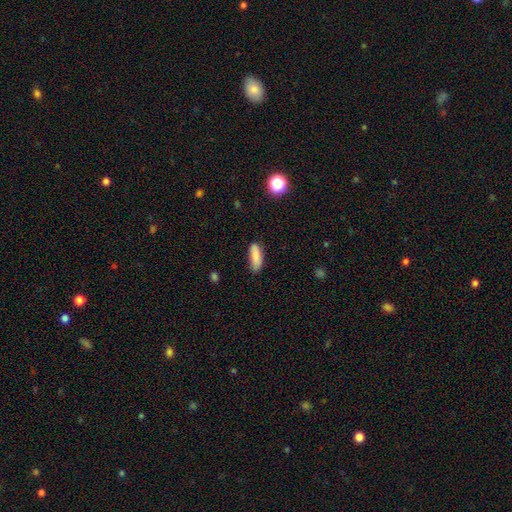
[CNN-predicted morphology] smooth_or_featured: smooth (p=0.87) [alt: star or artifact p=0.07]
how_rounded: in between (p=0.59) [alt: cigar-shaped p=0.39]
merging: none (p=0.78) [alt: minor disturbance p=0.17]